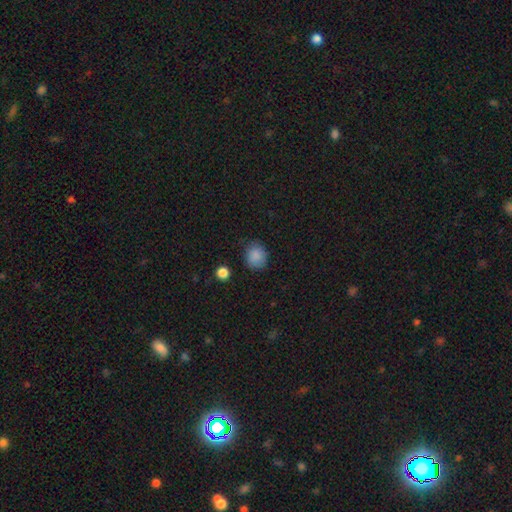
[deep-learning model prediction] Smooth or featured? smooth (87%)
How rounded? round (72%)
Merging? none (79%)